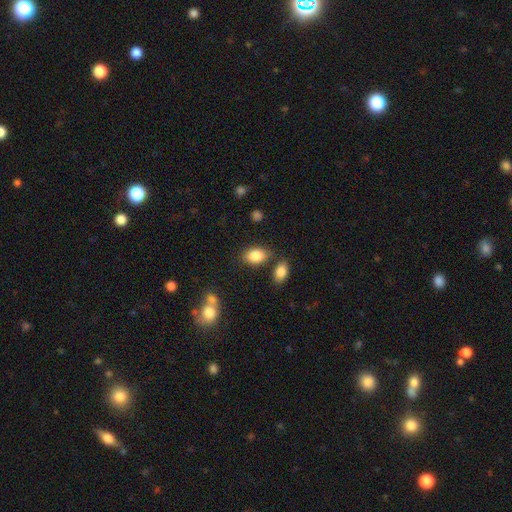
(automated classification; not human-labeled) smooth 86%, star or artifact 8%, featured or disk 6%. Down the decision tree: how rounded — in between (87%); merging — none (72%).